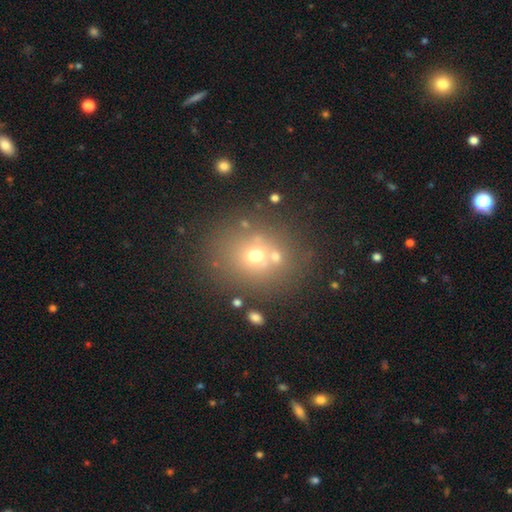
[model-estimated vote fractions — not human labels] This is likely a smooth galaxy (61%). How rounded: likely round (75%). Merging: likely none (66%).